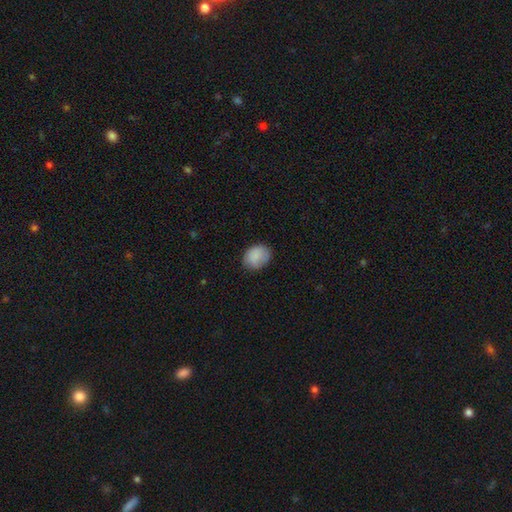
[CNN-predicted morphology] This appears to be a smooth galaxy with no disk features (87%) that is in between round and cigar-shaped (56%). Merging: none (77%).